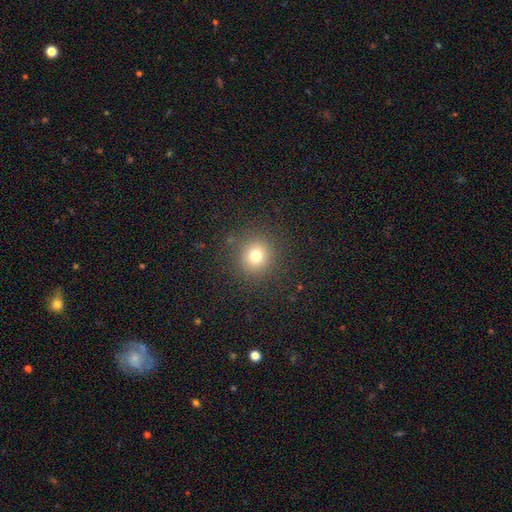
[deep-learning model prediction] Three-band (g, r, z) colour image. It shows a smooth galaxy with no disk features (74%) that is round (91%). Merging: none (88%).